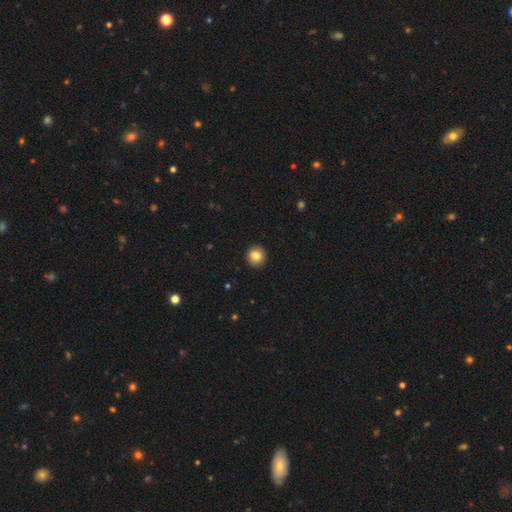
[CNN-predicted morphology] Smooth or featured? smooth (84%)
How rounded? round (91%)
Merging? none (92%)